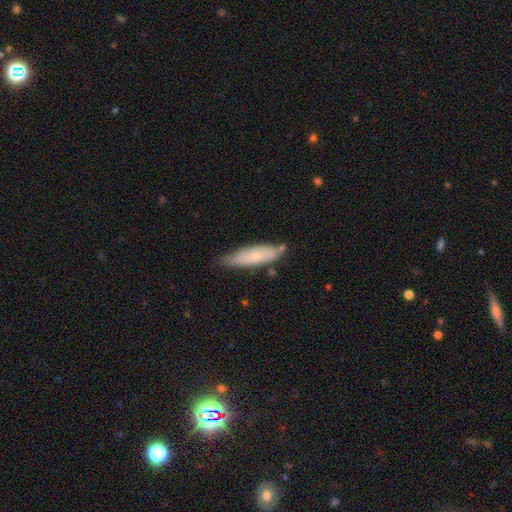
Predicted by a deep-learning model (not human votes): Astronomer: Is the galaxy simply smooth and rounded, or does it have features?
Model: smooth — 68%.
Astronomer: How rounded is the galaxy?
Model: cigar-shaped — 61% (runner-up: in between, 38%).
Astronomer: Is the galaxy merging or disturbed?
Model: none — 66%.